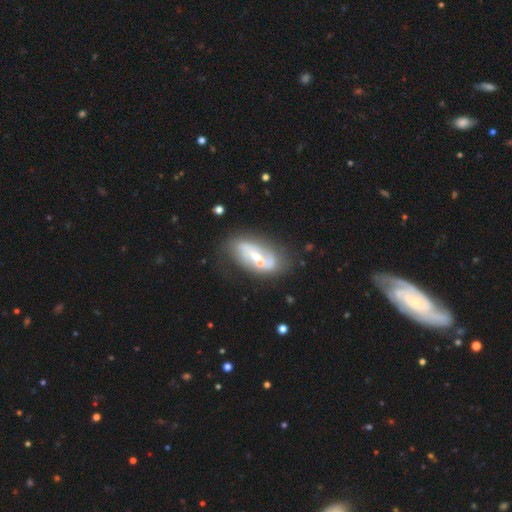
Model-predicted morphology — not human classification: Smooth or featured? featured or disk (75%)
Edge-on disk? no (91%)
Bar? weak (37%)
Spiral arms? yes (72%)
Bulge size? small (46%)
Merging? none (60%)